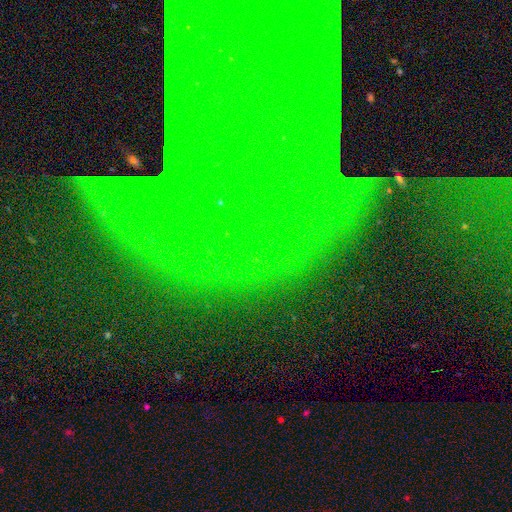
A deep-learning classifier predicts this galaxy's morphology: star or artifact 76%, featured or disk 12%, smooth 11%.